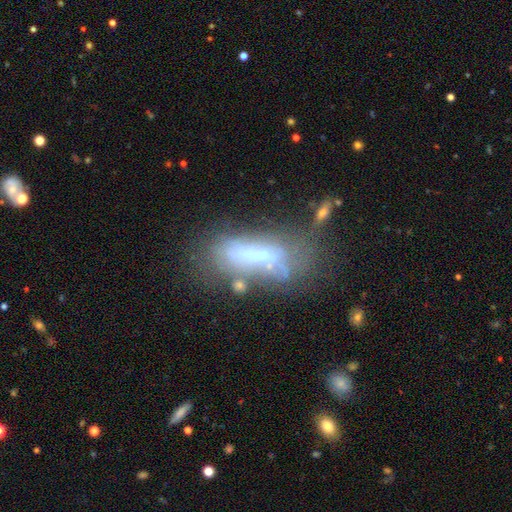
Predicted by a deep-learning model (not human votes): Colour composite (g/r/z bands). It shows a featured or disk galaxy (47%). Merging: none (40%).